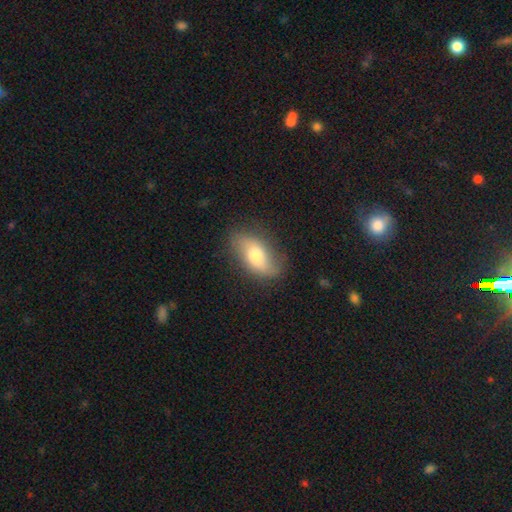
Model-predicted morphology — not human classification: A smooth galaxy with no disk features (54%) that is in between round and cigar-shaped (87%). Merging: none (77%).